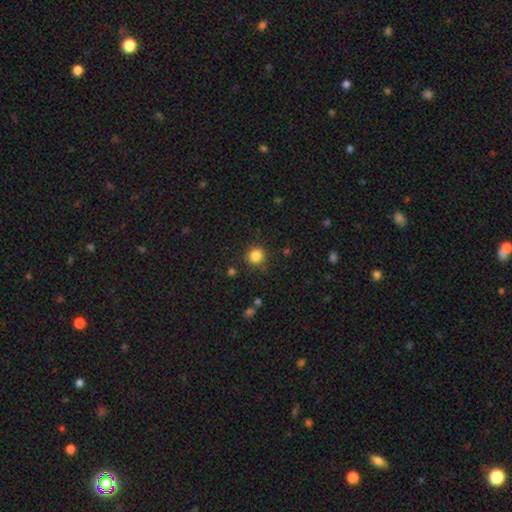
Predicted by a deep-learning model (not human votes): Smooth or featured? smooth (84%)
How rounded? round (92%)
Merging? none (88%)